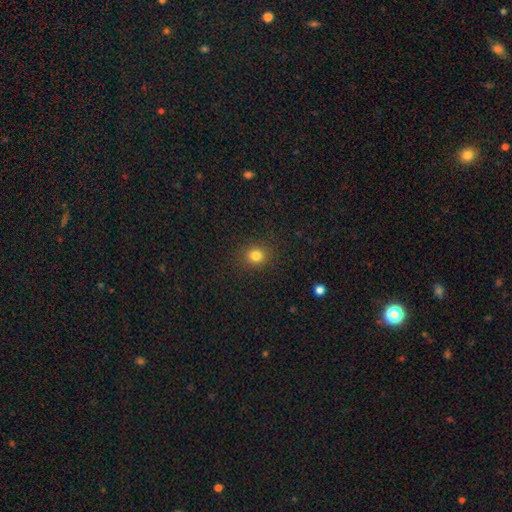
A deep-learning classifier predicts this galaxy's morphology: Overall: smooth (81%). How rounded: round (79%). Merging: none (89%).